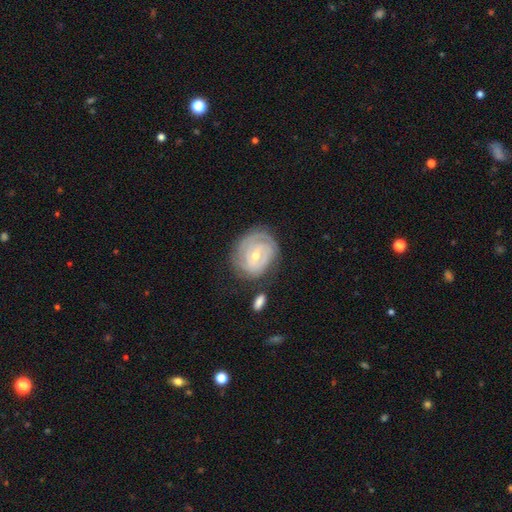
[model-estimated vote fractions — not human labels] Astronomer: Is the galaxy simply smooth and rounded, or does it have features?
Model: featured or disk — 82%.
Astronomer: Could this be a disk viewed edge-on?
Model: no — 97%.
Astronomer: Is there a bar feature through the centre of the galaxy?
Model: weak — 48% (runner-up: no, 36%).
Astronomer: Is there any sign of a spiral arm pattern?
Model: yes — 93%.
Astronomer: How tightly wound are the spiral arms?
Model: tight — 80%.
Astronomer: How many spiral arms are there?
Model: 2 — 34% (runner-up: can't tell, 33%).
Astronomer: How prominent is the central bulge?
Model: small — 49% (runner-up: moderate, 48%).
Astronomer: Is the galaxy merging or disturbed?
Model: none — 69%.